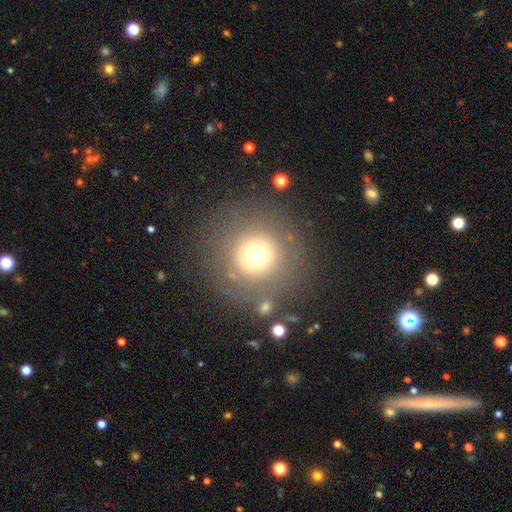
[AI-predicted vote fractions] Smooth or featured? smooth (62%)
How rounded? round (95%)
Merging? none (81%)